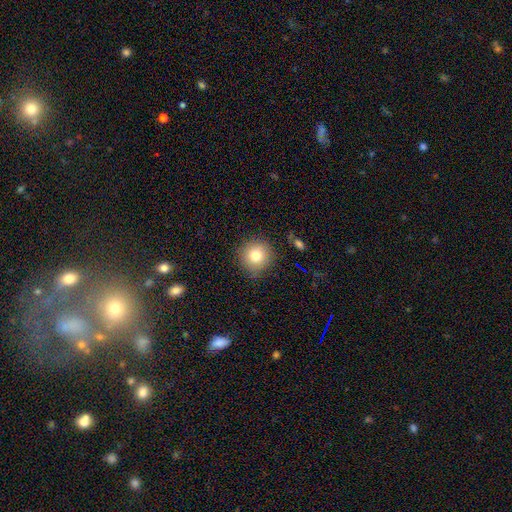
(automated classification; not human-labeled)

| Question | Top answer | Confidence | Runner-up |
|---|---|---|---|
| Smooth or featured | smooth | 79% | star or artifact (11%) |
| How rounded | round | 92% | in between (7%) |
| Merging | none | 85% | minor disturbance (11%) |